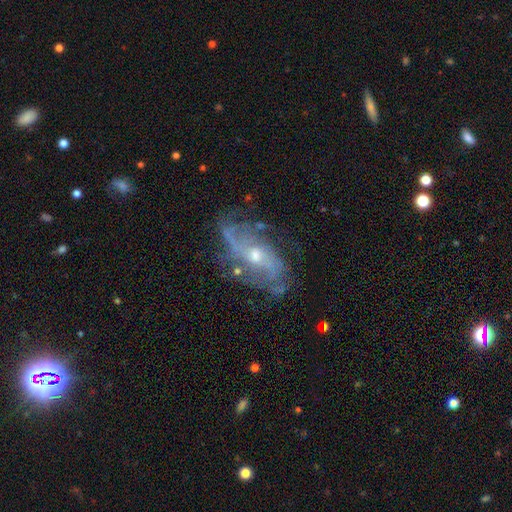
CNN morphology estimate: Overall: featured or disk (80%). Edge-on disk: no (92%). Bar: no (63%; weak 29%). Spiral arms: yes (84%). Spiral arm count: 2 (49%; can't tell 29%). Spiral winding: loose (39%; medium 36%). Bulge size: moderate (52%; small 43%). Merging: none (59%; minor disturbance 23%).